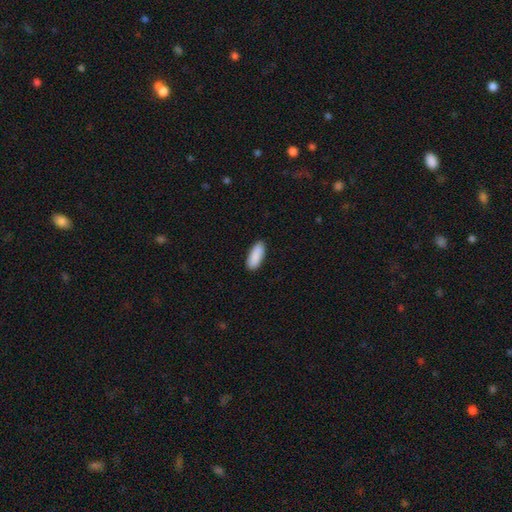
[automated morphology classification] A smooth galaxy with no disk features (90%) that is in between round and cigar-shaped (80%). Merging: none (89%).